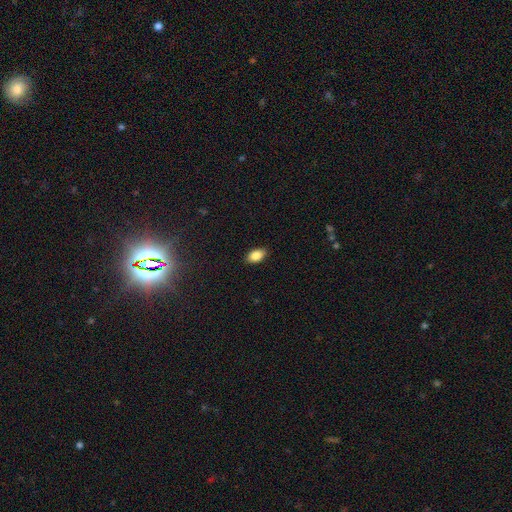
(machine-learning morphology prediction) A smooth galaxy with no disk features (85%) that is in between round and cigar-shaped (90%). Merging: none (88%).